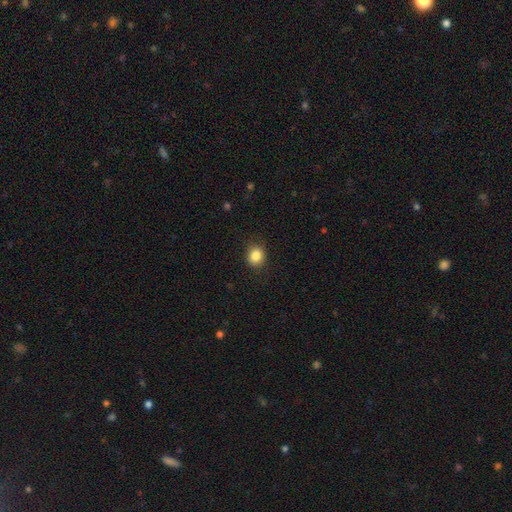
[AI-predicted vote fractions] Smooth or featured? Predicted: smooth (p=0.85). How rounded? Predicted: round (p=0.73). Merging? Predicted: none (p=0.86).